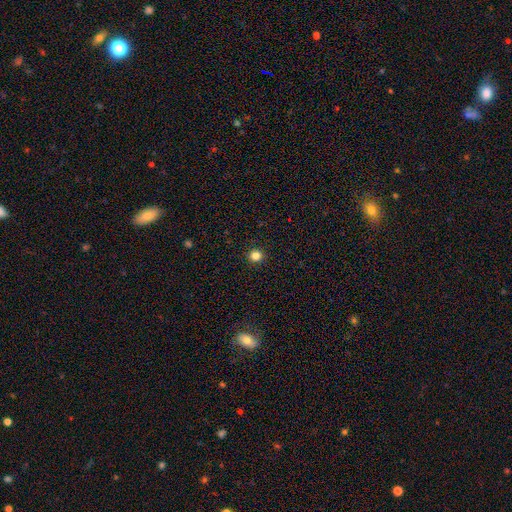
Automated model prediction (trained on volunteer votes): smooth-or-featured: smooth: 82% | star or artifact: 14% | featured or disk: 4%
  how-rounded: round: 93% | in between: 6% | cigar-shaped: 1%
  merging: none: 93% | minor disturbance: 4% | major disturbance: 2% | merger: 1%